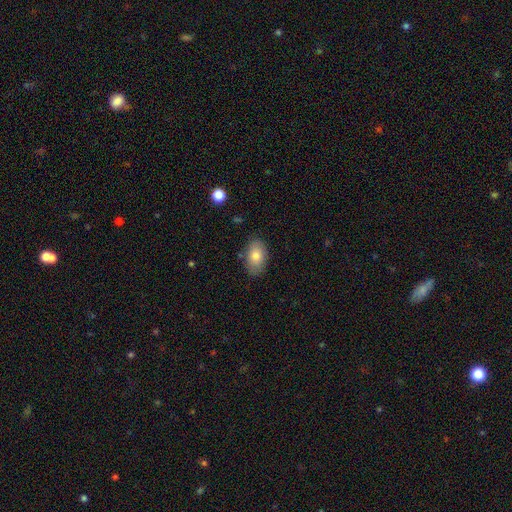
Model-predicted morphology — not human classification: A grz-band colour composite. It shows a smooth galaxy with no disk features (78%) that is in between round and cigar-shaped (90%). Merging: none (82%).